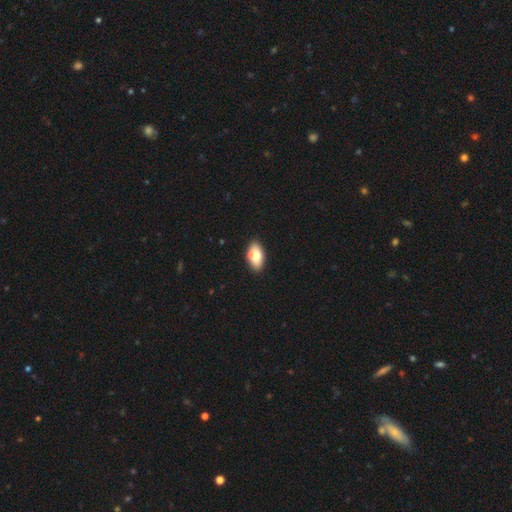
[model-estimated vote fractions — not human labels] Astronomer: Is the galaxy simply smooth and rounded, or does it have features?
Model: smooth — 71%.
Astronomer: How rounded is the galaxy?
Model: in between — 90%.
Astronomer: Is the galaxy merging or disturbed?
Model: none — 79%.